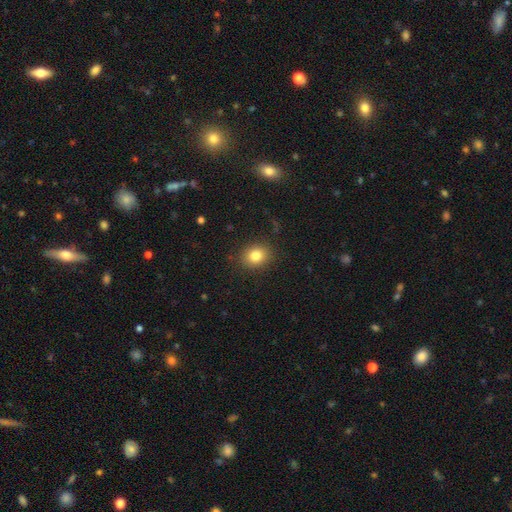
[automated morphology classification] smooth-or-featured: smooth: 82% | star or artifact: 11% | featured or disk: 8%
  how-rounded: round: 64% | in between: 36% | cigar-shaped: 1%
  merging: none: 87% | minor disturbance: 9% | major disturbance: 3% | merger: 1%